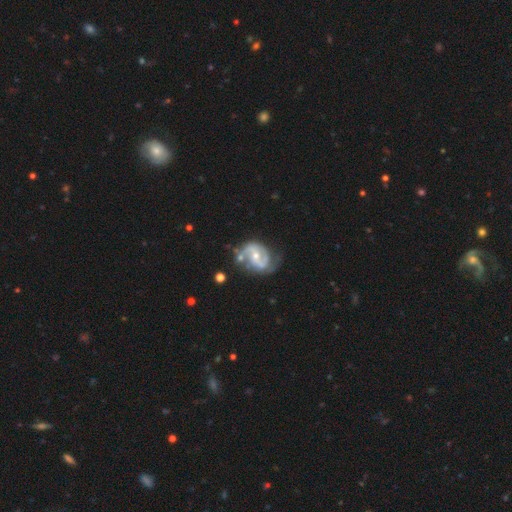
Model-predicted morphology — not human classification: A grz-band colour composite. It shows a featured or disk galaxy (86%) with a weak bar (42%), 2 (84%) medium (51%) spiral arms (94%) and a moderate central bulge (51%). Merging: none (54%).